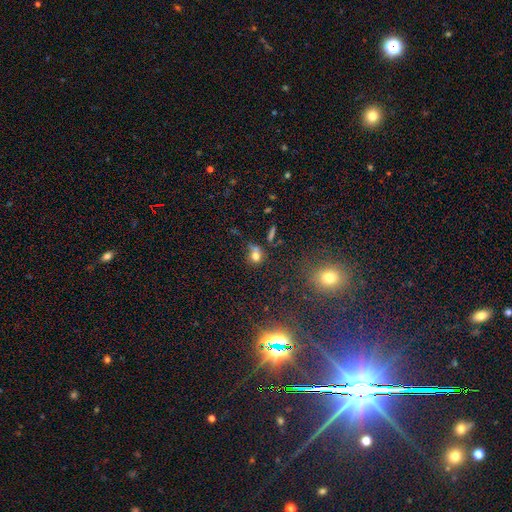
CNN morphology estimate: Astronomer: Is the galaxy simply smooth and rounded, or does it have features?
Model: smooth — 72%.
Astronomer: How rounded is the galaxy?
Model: round — 74%.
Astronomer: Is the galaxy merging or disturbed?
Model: none — 44% (runner-up: merger, 31%).